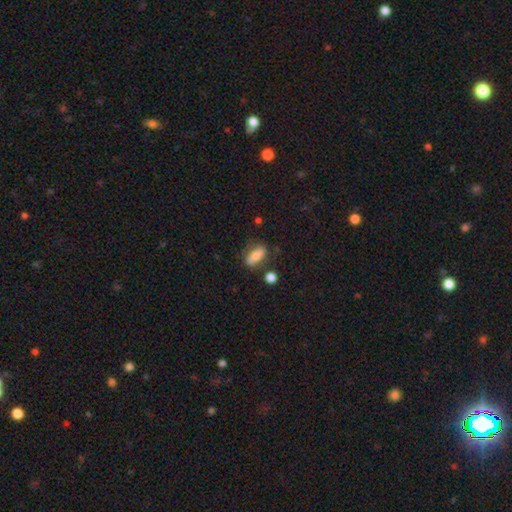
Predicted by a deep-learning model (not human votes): smooth-or-featured: smooth: 75% | featured or disk: 16% | star or artifact: 9%
  how-rounded: in between: 74% | cigar-shaped: 20% | round: 6%
  merging: none: 67% | minor disturbance: 20% | major disturbance: 7% | merger: 7%